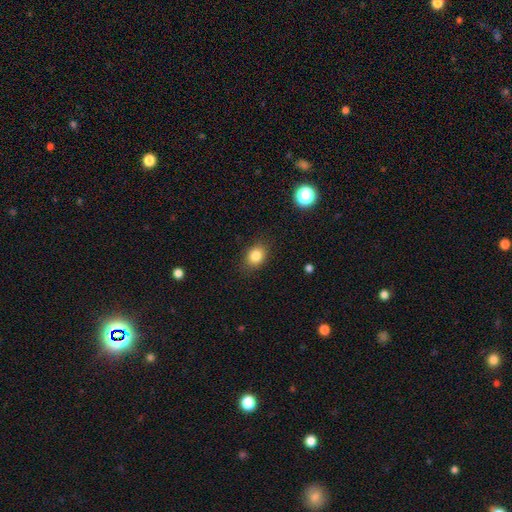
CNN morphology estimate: The model was most divided on "how rounded": in between: 58%, round: 41%, cigar-shaped: 1%. More confident: merging — none (85%); smooth or featured — smooth (84%).